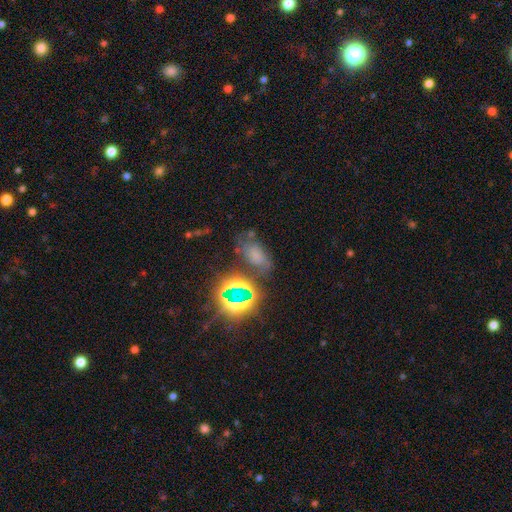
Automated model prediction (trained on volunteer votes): This appears to be a smooth galaxy with no disk features (41%). Merging: none (57%).